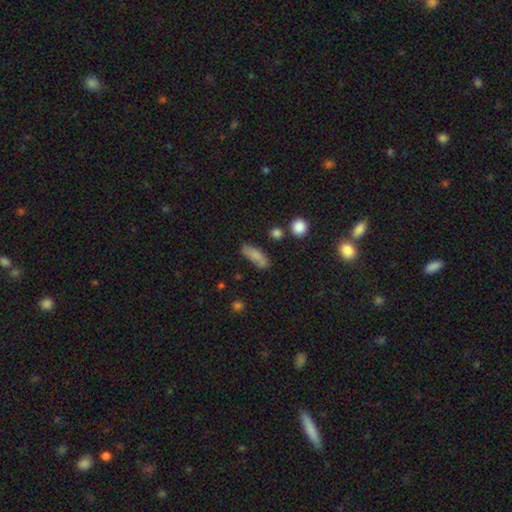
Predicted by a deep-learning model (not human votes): A smooth galaxy with no disk features (76%) that is in between round and cigar-shaped (63%). Merging: none (62%).